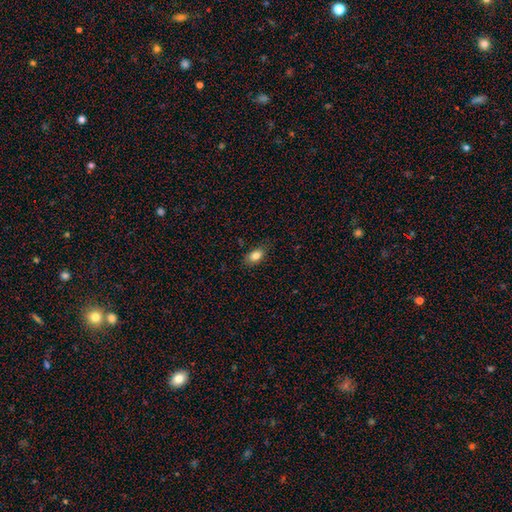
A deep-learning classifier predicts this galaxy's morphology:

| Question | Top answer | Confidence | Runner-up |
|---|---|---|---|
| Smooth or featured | smooth | 82% | featured or disk (9%) |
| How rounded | in between | 88% | round (9%) |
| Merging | none | 79% | minor disturbance (16%) |